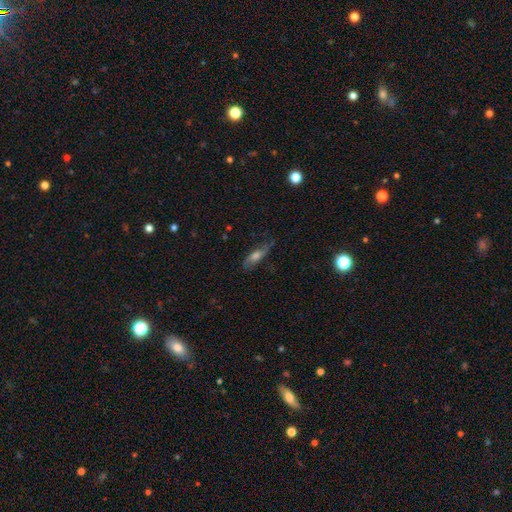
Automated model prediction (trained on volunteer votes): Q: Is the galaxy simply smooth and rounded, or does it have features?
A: featured or disk — 54%.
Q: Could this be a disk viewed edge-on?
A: no — 56%.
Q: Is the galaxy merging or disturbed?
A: none — 68%.